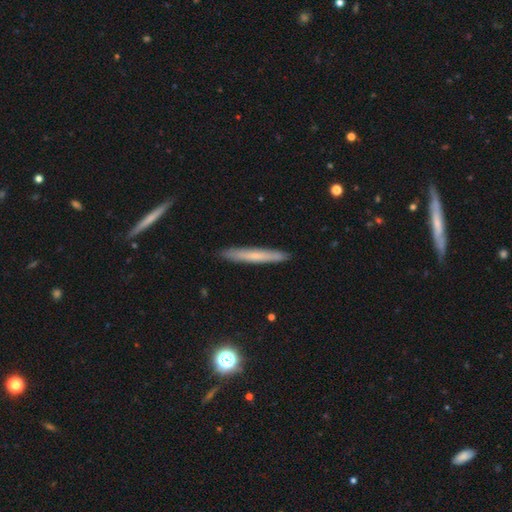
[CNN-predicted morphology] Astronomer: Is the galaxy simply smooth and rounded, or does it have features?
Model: smooth — 57% (runner-up: featured or disk, 37%).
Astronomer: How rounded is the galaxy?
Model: cigar-shaped — 96%.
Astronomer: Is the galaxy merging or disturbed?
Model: none — 90%.